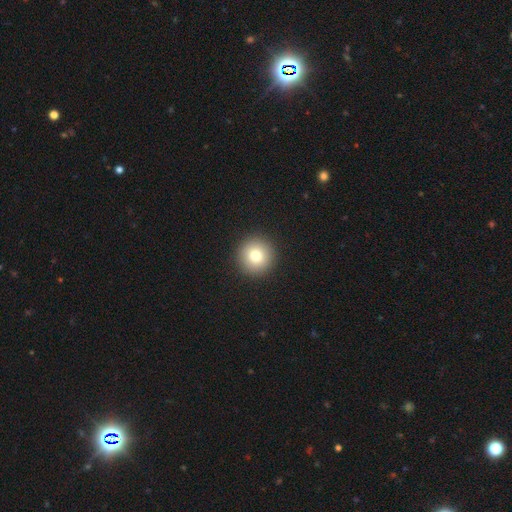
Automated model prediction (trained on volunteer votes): Smooth or featured?
  - smooth: 79% *
  - star or artifact: 11%
  - featured or disk: 10%
How rounded?
  - round: 95% *
  - in between: 4%
  - cigar-shaped: 1%
Merging?
  - none: 93% *
  - minor disturbance: 4%
  - major disturbance: 2%
  - merger: 1%